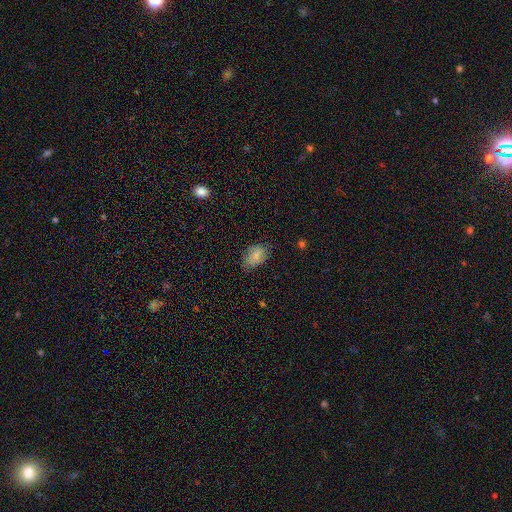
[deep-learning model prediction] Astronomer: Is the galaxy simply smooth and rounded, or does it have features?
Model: smooth — 81%.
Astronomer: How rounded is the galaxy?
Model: in between — 89%.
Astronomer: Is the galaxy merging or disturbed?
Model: none — 74%.